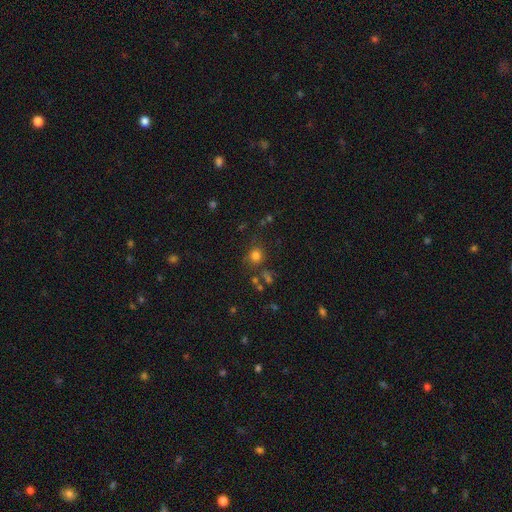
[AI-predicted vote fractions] smooth 76%, star or artifact 17%, featured or disk 7%. Down the decision tree: how rounded — round (81%); merging — none (71%).